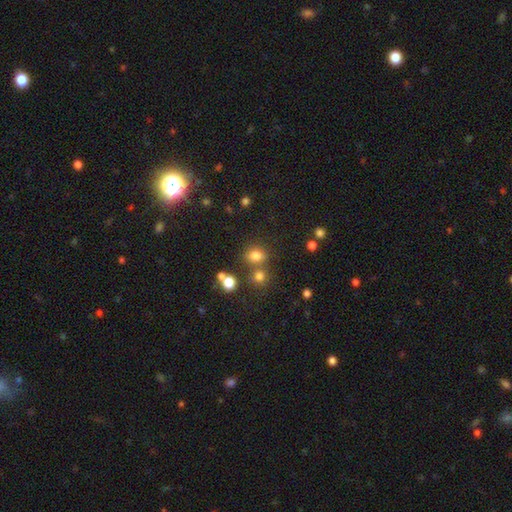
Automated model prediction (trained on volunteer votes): This appears to be a smooth galaxy with no disk features (76%) that is round (51%). Merging: none (64%).